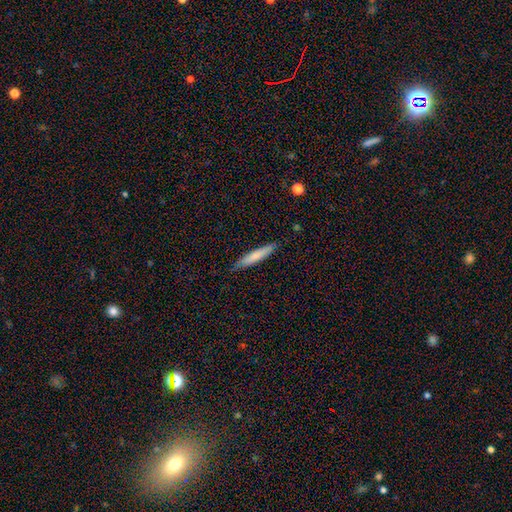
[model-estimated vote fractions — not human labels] A smooth galaxy with no disk features (75%) that is cigar-shaped (91%).

Vote fractions:
- Smooth or featured? smooth: 75% / featured or disk: 20% / star or artifact: 6%
- How rounded? cigar-shaped: 91% / in between: 8% / round: 1%
- Merging? none: 83% / minor disturbance: 14% / major disturbance: 2% / merger: 1%